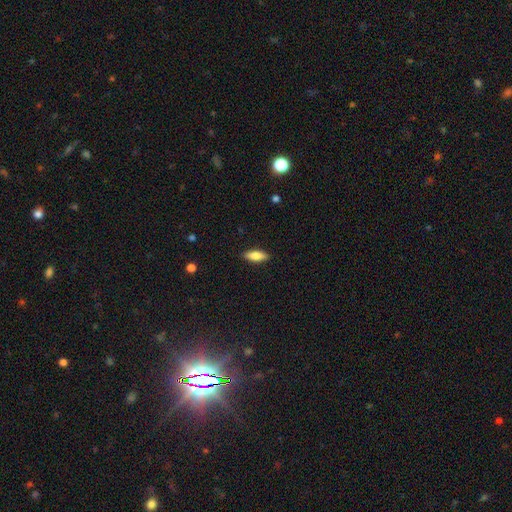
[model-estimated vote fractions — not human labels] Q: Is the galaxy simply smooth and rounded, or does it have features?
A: smooth — 79%.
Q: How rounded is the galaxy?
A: in between — 65%.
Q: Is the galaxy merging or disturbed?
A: none — 89%.